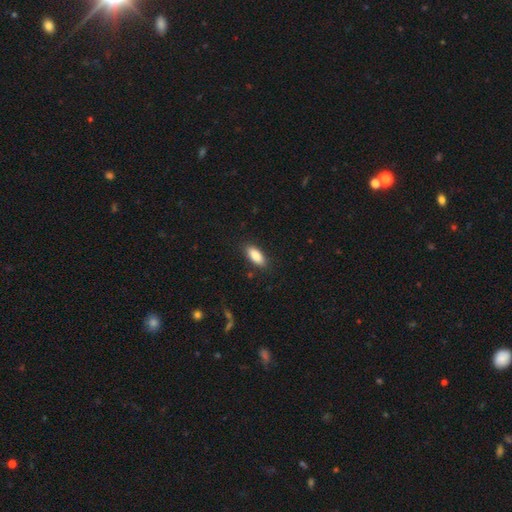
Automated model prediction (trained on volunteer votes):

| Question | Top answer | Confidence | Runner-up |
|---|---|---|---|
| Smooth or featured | smooth | 87% | star or artifact (7%) |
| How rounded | in between | 84% | cigar-shaped (14%) |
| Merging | none | 86% | minor disturbance (10%) |